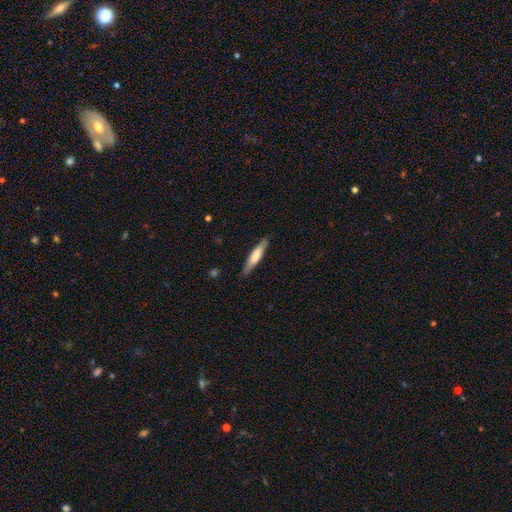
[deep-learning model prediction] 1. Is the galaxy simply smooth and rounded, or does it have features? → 63% smooth, 32% featured or disk, 5% star or artifact.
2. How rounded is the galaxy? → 84% cigar-shaped, 15% in between, 1% round.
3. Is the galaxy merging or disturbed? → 83% none, 13% minor disturbance, 2% major disturbance, 1% merger.